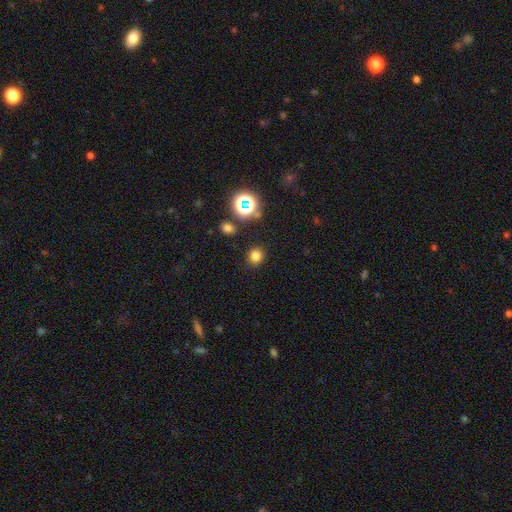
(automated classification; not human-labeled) Overall: smooth (77%). How rounded: round (85%). Merging: none (88%).